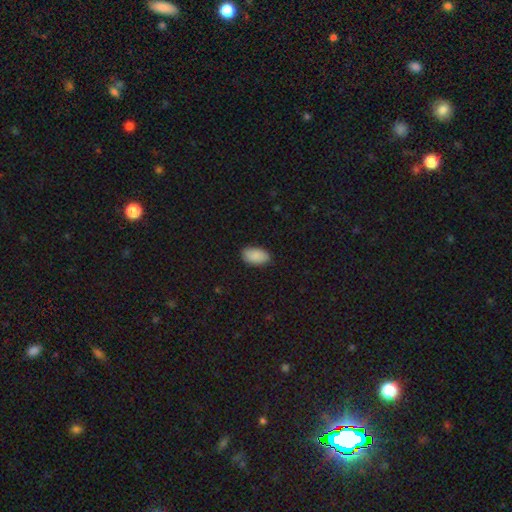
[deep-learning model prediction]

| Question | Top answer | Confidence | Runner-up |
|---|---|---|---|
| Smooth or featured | smooth | 89% | star or artifact (6%) |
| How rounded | in between | 95% | round (3%) |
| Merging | none | 86% | minor disturbance (11%) |